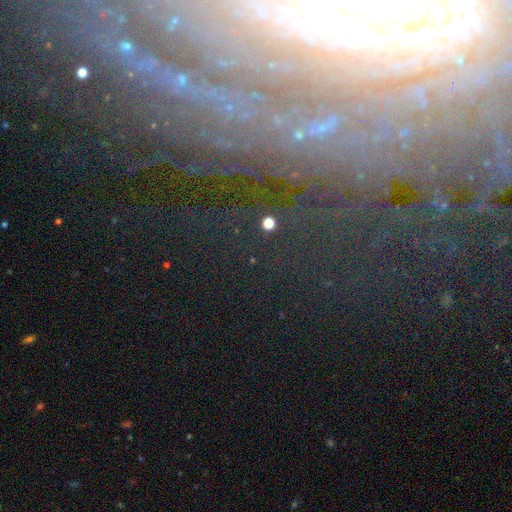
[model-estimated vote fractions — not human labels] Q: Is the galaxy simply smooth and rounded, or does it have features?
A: featured or disk — 61%.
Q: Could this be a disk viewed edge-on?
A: no — 84%.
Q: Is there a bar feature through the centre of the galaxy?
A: no — 43%.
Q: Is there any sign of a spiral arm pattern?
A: yes — 84%.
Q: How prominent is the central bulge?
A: small — 51%.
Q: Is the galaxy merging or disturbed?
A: none — 79%.